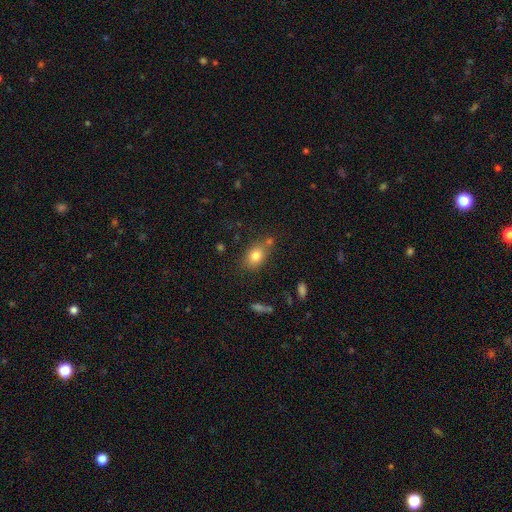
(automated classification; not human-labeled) Smooth or featured? Predicted: smooth (p=0.79). How rounded? Predicted: in between (p=0.73). Merging? Predicted: none (p=0.67).